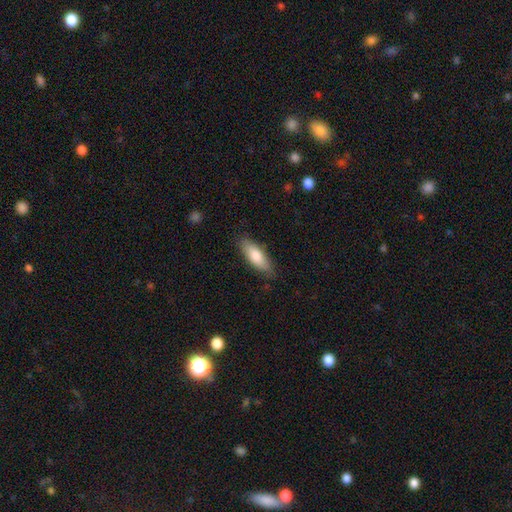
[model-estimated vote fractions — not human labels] Smooth or featured?
  - smooth: 79% *
  - featured or disk: 15%
  - star or artifact: 6%
How rounded?
  - in between: 63% *
  - cigar-shaped: 35%
  - round: 2%
Merging?
  - none: 84% *
  - minor disturbance: 13%
  - major disturbance: 2%
  - merger: 1%